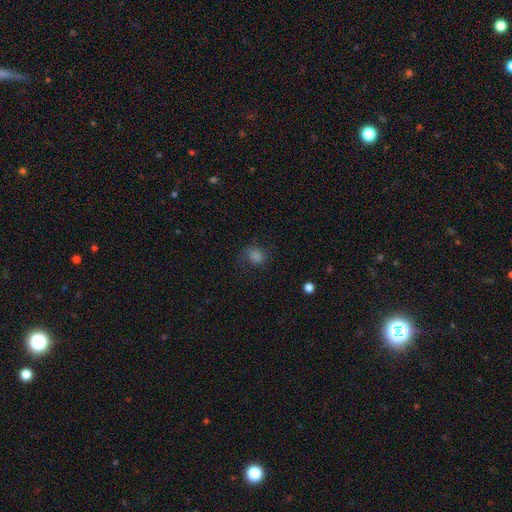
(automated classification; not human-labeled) Smooth or featured?
  - smooth: 72% *
  - star or artifact: 18%
  - featured or disk: 9%
How rounded?
  - round: 57% *
  - in between: 42%
  - cigar-shaped: 1%
Merging?
  - none: 66% *
  - minor disturbance: 21%
  - major disturbance: 12%
  - merger: 1%